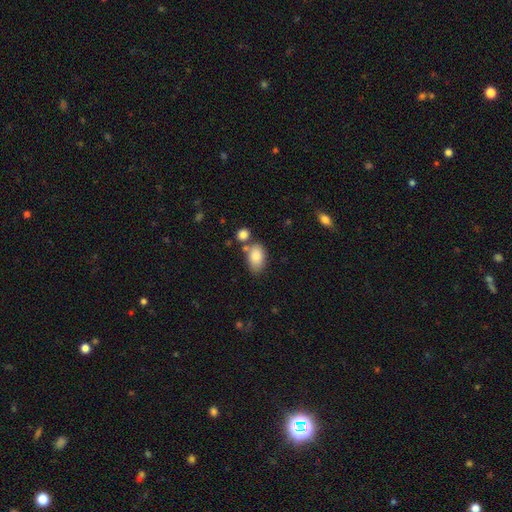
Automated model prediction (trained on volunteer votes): Overall: smooth (84%). How rounded: in between (90%). Merging: none (60%).